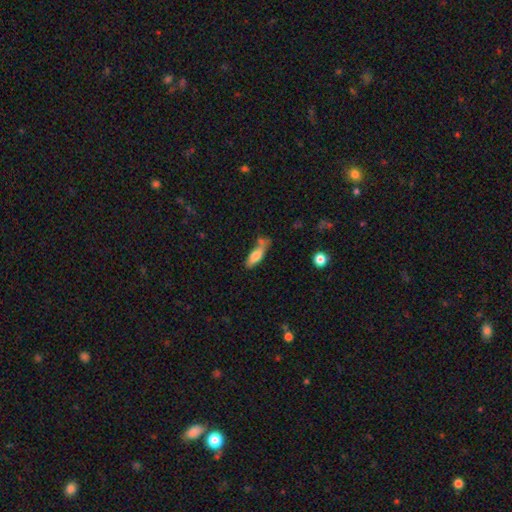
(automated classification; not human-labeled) smooth_or_featured: smooth (p=0.76) [alt: featured or disk p=0.17]
how_rounded: in between (p=0.59) [alt: cigar-shaped p=0.38]
merging: none (p=0.46) [alt: merger p=0.23]